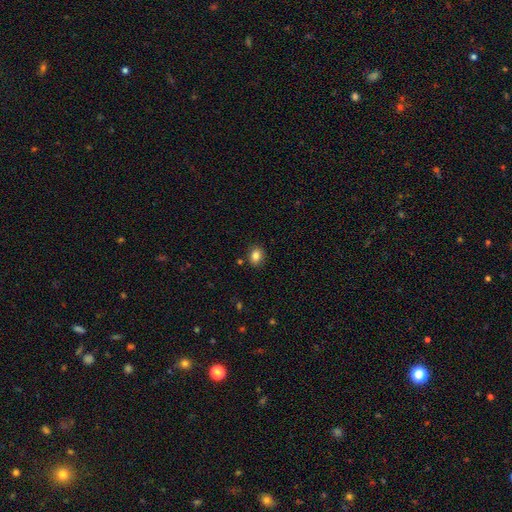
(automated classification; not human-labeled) Morphology: type=smooth (84%); roundness=in between (52%); merging=none (86%).